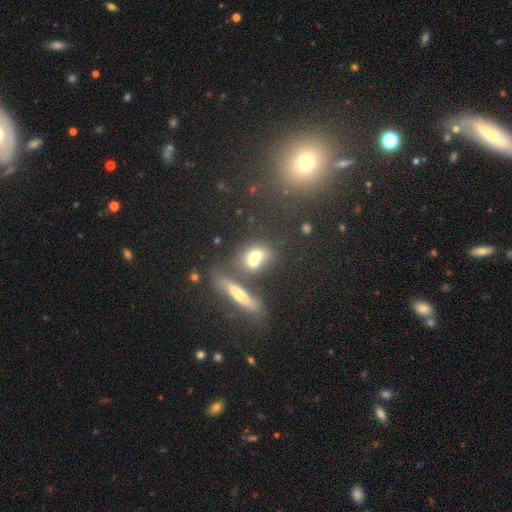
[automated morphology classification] Smooth or featured? Predicted: smooth (p=0.59). How rounded? Predicted: in between (p=0.49). Merging? Predicted: merger (p=0.52).